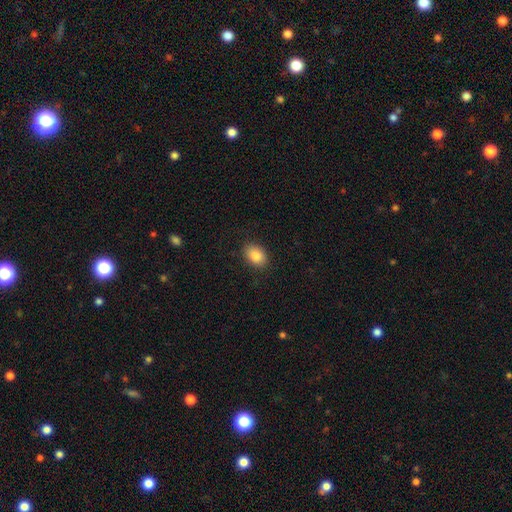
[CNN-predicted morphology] Smooth or featured? smooth (86%)
How rounded? in between (78%)
Merging? none (87%)